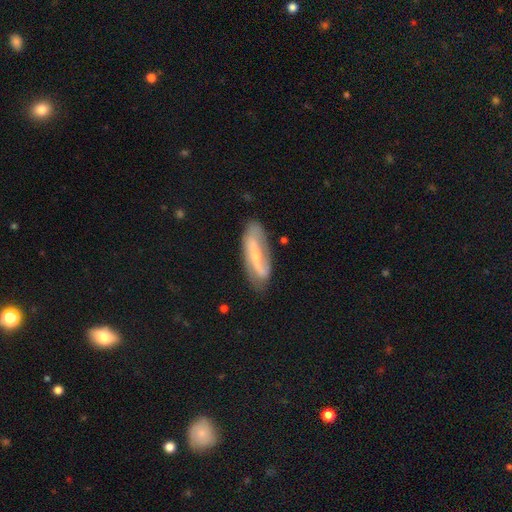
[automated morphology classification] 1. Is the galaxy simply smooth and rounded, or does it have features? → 74% featured or disk, 20% smooth, 6% star or artifact.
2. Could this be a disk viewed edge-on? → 86% no, 14% yes.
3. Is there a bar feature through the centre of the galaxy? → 41% strong, 33% weak, 26% no.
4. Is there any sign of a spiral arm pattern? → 87% yes, 13% no.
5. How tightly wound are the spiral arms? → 47% loose, 34% medium, 19% tight.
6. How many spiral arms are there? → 78% 2, 10% can't tell, 8% 1, 1% 3, 1% 4, 1% more than 4.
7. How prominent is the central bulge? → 67% small, 28% moderate, 3% none, 2% large, 1% dominant.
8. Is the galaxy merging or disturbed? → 71% none, 20% minor disturbance, 7% major disturbance, 2% merger.